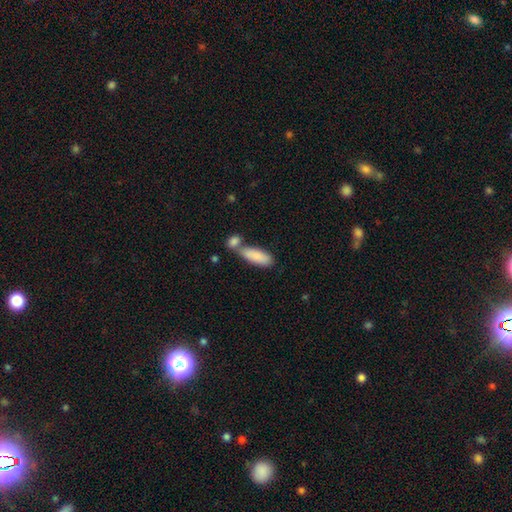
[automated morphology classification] smooth_or_featured: smooth (p=0.85) [alt: featured or disk p=0.09]
how_rounded: in between (p=0.67) [alt: cigar-shaped p=0.31]
merging: none (p=0.46) [alt: merger p=0.37]